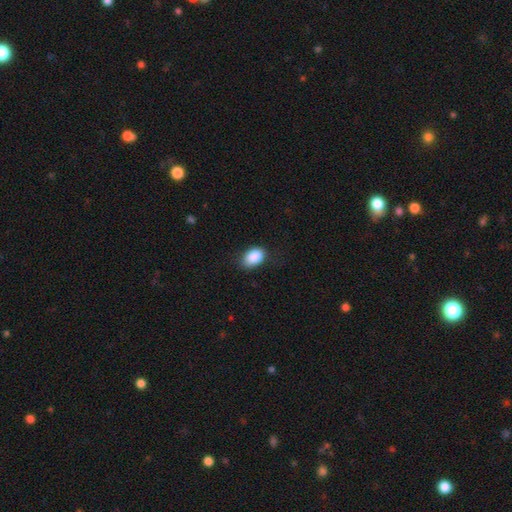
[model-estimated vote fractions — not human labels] The model was most divided on "merging": none: 73%, minor disturbance: 21%, major disturbance: 5%, merger: 1%. More confident: smooth or featured — smooth (88%); how rounded — in between (85%).